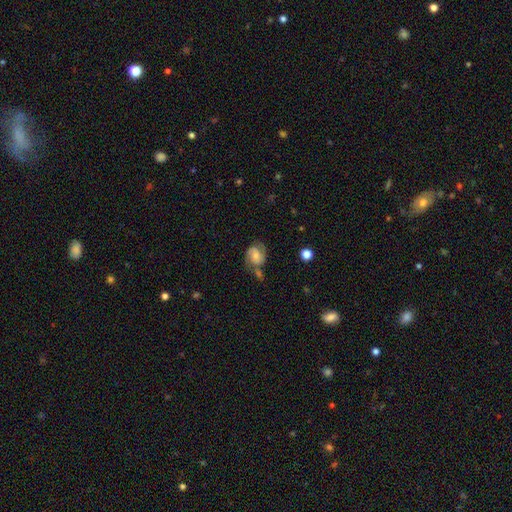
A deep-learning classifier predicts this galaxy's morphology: Smooth or featured? Predicted: featured or disk (p=0.72). Edge-on disk? Predicted: no (p=0.98). Bar? Predicted: no (p=0.63). Spiral arms? Predicted: yes (p=0.94). Spiral winding? Predicted: medium (p=0.48). Spiral arm count? Predicted: 2 (p=0.83). Bulge size? Predicted: moderate (p=0.50). Merging? Predicted: none (p=0.53).